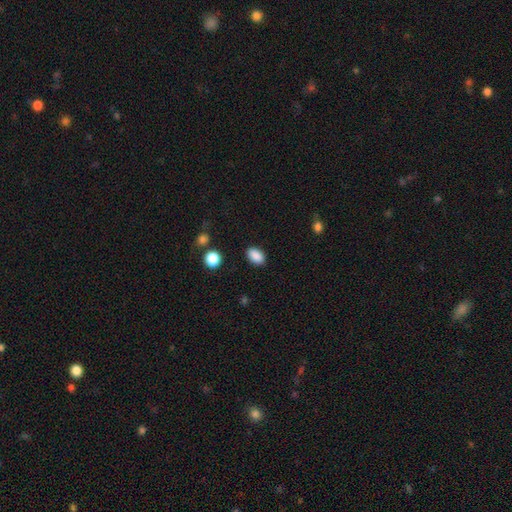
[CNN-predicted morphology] Q: Smooth or featured?
A: smooth (88%); runner-up: star or artifact (8%)
Q: How rounded?
A: in between (89%); runner-up: round (10%)
Q: Merging?
A: none (87%); runner-up: minor disturbance (9%)